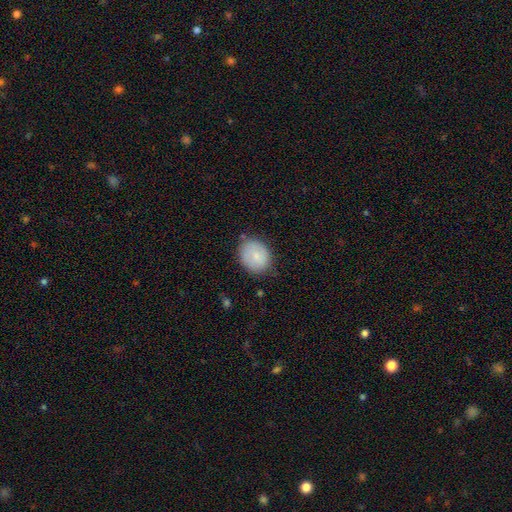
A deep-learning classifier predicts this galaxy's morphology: This is likely a smooth galaxy (74%). How rounded: possibly in between (52%). Merging: likely none (74%).